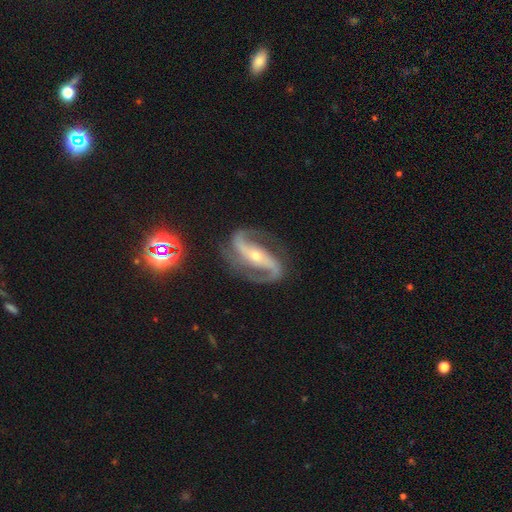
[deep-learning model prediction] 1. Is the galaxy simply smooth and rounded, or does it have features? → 91% featured or disk, 6% star or artifact, 3% smooth.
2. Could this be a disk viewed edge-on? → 96% no, 4% yes.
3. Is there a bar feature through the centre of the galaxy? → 52% strong, 26% no, 22% weak.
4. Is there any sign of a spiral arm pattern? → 98% yes, 2% no.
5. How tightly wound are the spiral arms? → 51% medium, 31% loose, 18% tight.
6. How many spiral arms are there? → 93% 2, 2% can't tell, 2% 3, 1% 1, 1% 4, 1% more than 4.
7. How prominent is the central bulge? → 64% small, 33% moderate, 2% large, 1% none, 1% dominant.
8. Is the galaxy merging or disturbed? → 80% none, 13% minor disturbance, 6% major disturbance, 2% merger.